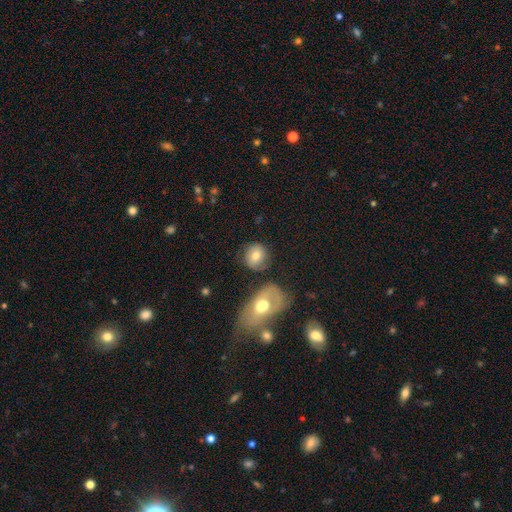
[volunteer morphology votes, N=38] Overall: smooth (66%; featured or disk 29%). How rounded: round (72%). Merging: none (67%).